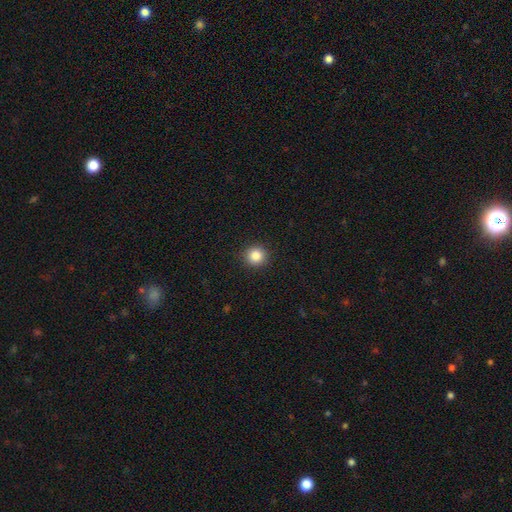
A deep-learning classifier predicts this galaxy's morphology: This appears to be a smooth galaxy with no disk features (85%) that is round (93%). Merging: none (92%).